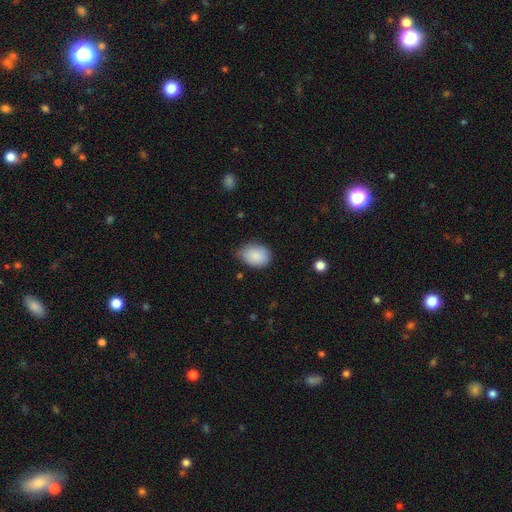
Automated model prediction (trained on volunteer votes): Overall: smooth (87%). How rounded: in between (77%). Merging: none (65%; minor disturbance 29%).